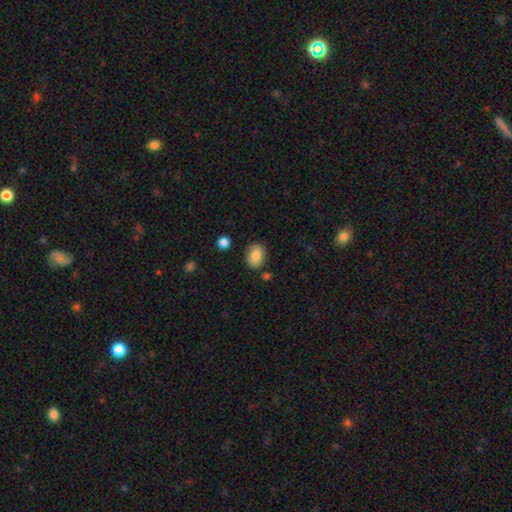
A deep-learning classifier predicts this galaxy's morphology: This appears to be a smooth galaxy with no disk features (83%) that is in between round and cigar-shaped (66%). Merging: none (83%).